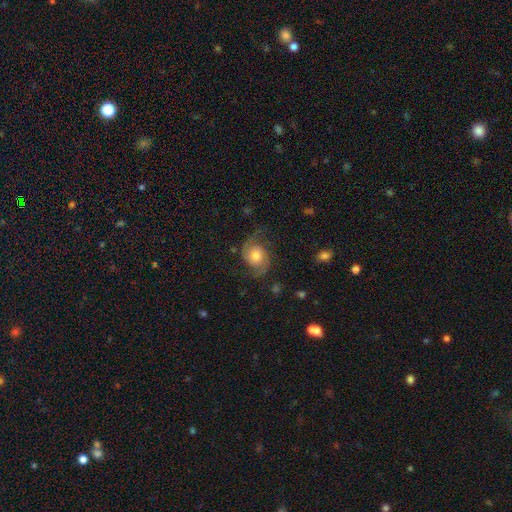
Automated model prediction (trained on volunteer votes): Morphology: type=featured or disk (79%); edge-on=no (98%); bar=no (71%); spiral arms=yes (96%); winding=medium (48%); arm count=2 (92%); bulge=moderate (49%); merging=none (71%).